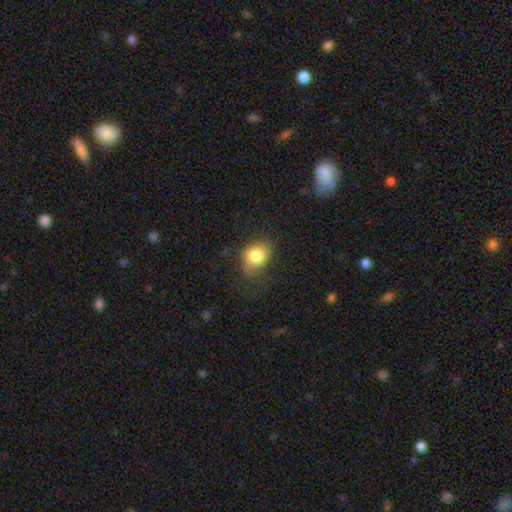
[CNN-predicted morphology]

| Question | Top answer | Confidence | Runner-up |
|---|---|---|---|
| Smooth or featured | smooth | 81% | star or artifact (10%) |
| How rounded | in between | 58% | round (41%) |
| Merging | none | 67% | minor disturbance (23%) |